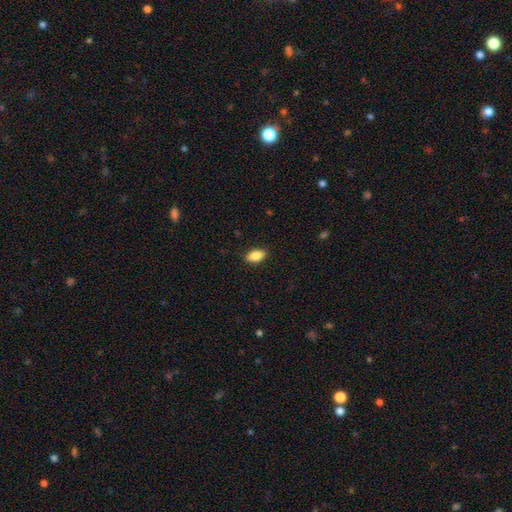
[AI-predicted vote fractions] Smooth or featured? smooth (85%)
How rounded? in between (90%)
Merging? none (89%)